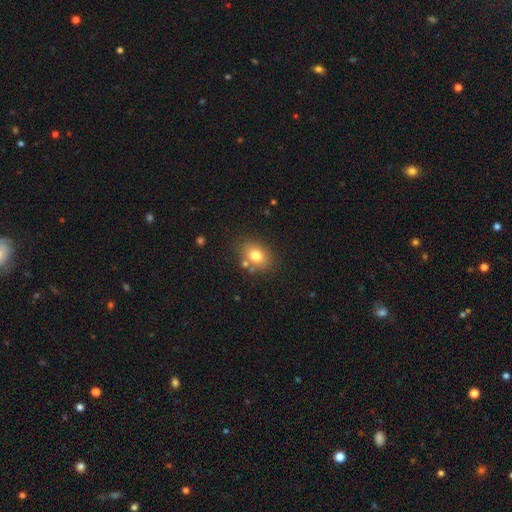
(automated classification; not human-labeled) smooth_or_featured: smooth (p=0.77) [alt: featured or disk p=0.12]
how_rounded: in between (p=0.63) [alt: round p=0.36]
merging: none (p=0.75) [alt: minor disturbance p=0.12]